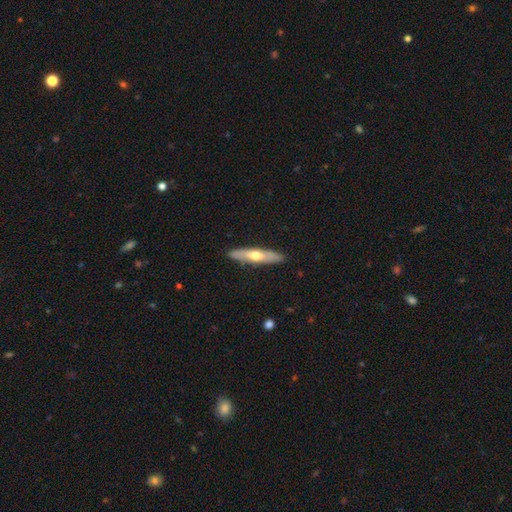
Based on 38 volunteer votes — This appears to be a smooth galaxy with no disk features (50%) that is cigar-shaped (63%). Merging: none (89%).